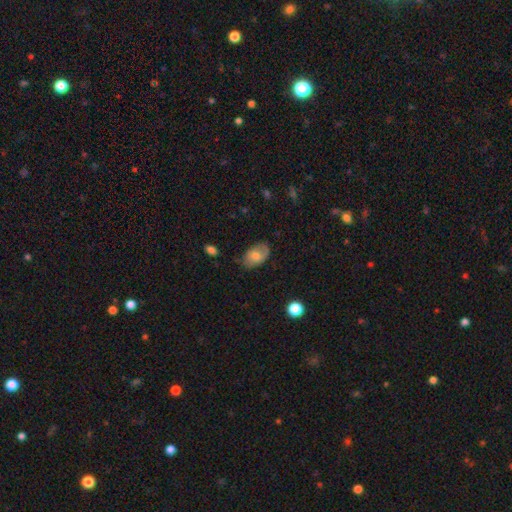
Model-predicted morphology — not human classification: Smooth or featured?
  - smooth: 70% *
  - featured or disk: 23%
  - star or artifact: 7%
How rounded?
  - in between: 89% *
  - round: 9%
  - cigar-shaped: 1%
Merging?
  - none: 63% *
  - minor disturbance: 28%
  - major disturbance: 8%
  - merger: 2%